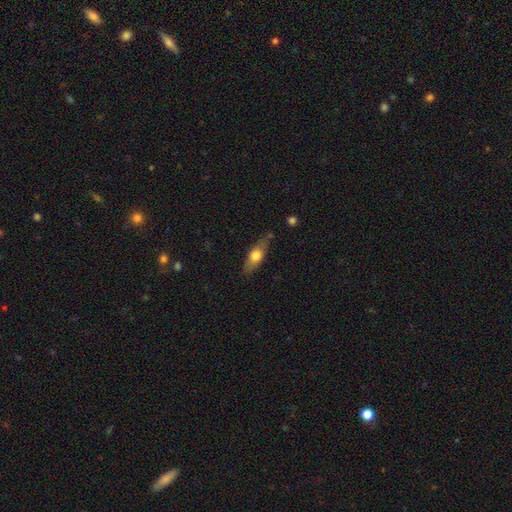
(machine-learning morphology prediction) Smooth or featured: smooth — 56% (featured or disk — 37%)
How rounded: in between — 58% (cigar-shaped — 37%)
Merging: none — 75% (minor disturbance — 18%)